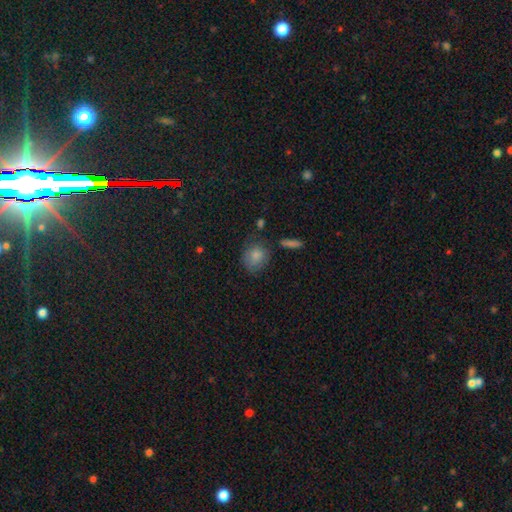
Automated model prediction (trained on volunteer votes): smooth-or-featured: smooth: 82% | featured or disk: 10% | star or artifact: 8%
  how-rounded: round: 61% | in between: 38% | cigar-shaped: 2%
  merging: none: 61% | minor disturbance: 25% | major disturbance: 9% | merger: 5%